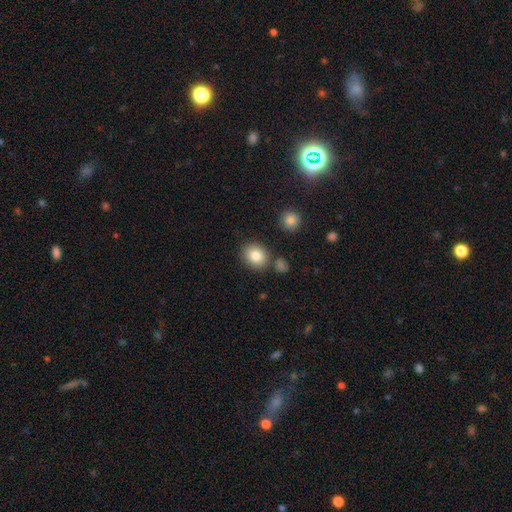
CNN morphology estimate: smooth_or_featured: smooth (p=0.82) [alt: star or artifact p=0.10]
how_rounded: round (p=0.69) [alt: in between p=0.30]
merging: none (p=0.80) [alt: minor disturbance p=0.10]